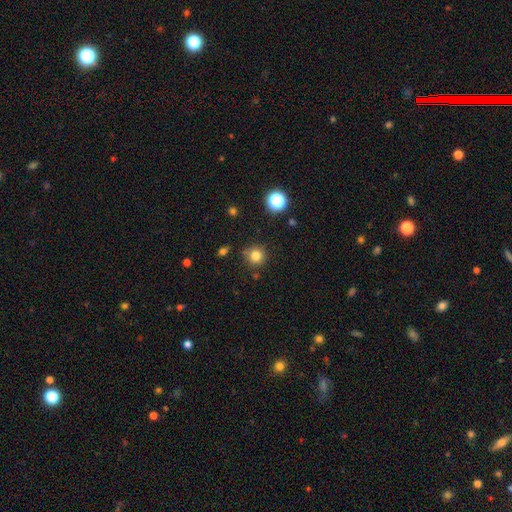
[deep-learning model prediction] Q: Smooth or featured?
A: smooth (81%); runner-up: star or artifact (14%)
Q: How rounded?
A: round (93%); runner-up: in between (6%)
Q: Merging?
A: none (84%); runner-up: minor disturbance (10%)